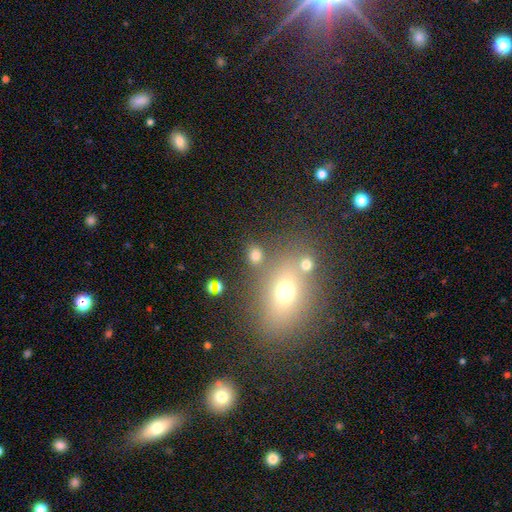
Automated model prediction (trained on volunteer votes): Smooth or featured? smooth (73%)
How rounded? round (55%)
Merging? none (71%)